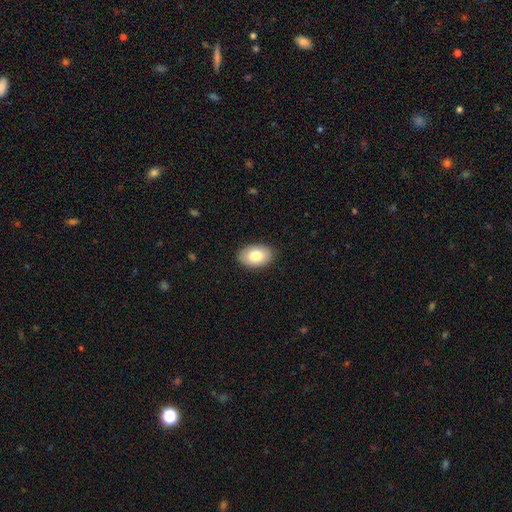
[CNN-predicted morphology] smooth_or_featured: smooth (p=0.82) [alt: featured or disk p=0.11]
how_rounded: in between (p=0.89) [alt: round p=0.10]
merging: none (p=0.88) [alt: minor disturbance p=0.09]